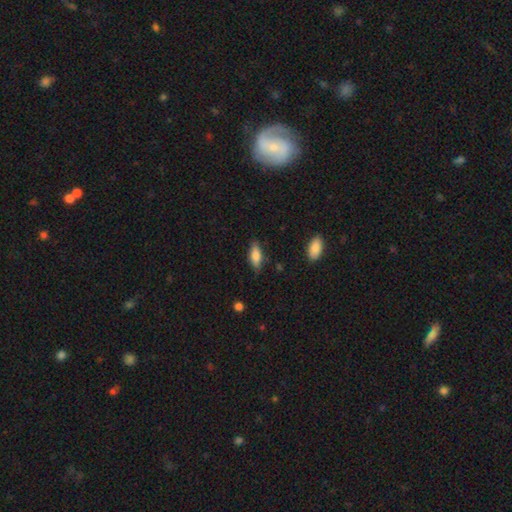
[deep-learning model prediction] This is likely a smooth galaxy (78%). How rounded: likely in between (70%). Merging: clearly none (81%).